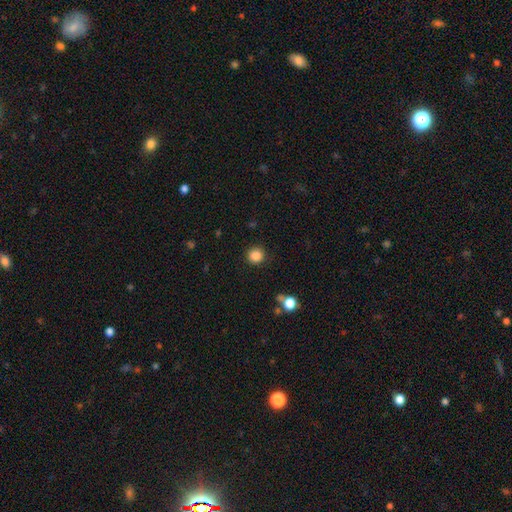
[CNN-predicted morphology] A smooth galaxy with no disk features (86%) that is round (92%). Merging: none (89%).